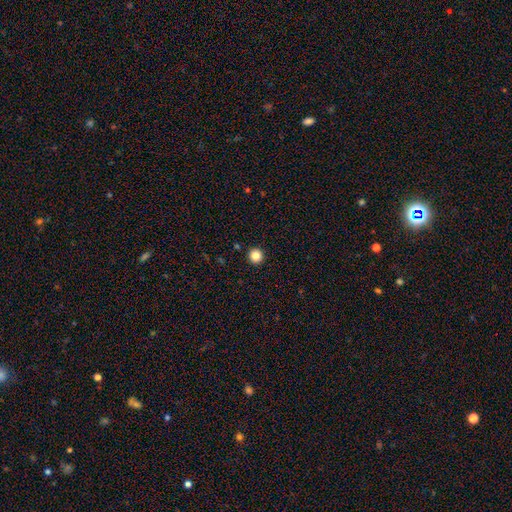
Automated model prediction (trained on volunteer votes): The model was most divided on "smooth or featured": smooth: 85%, star or artifact: 11%, featured or disk: 4%. More confident: how rounded — round (96%); merging — none (94%).